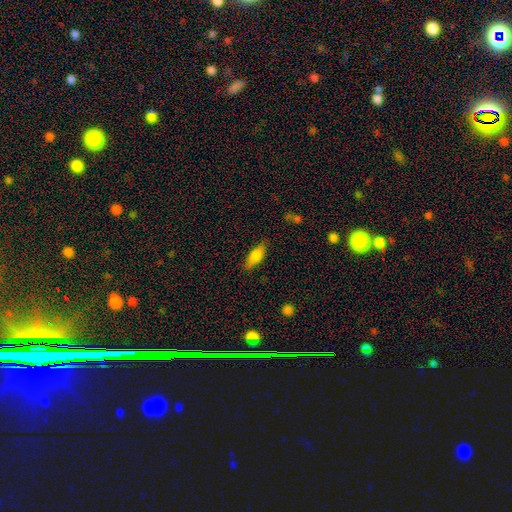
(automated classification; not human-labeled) smooth-or-featured: smooth: 76% | featured or disk: 17% | star or artifact: 8%
  how-rounded: in between: 68% | cigar-shaped: 29% | round: 3%
  merging: none: 81% | minor disturbance: 14% | major disturbance: 3% | merger: 2%